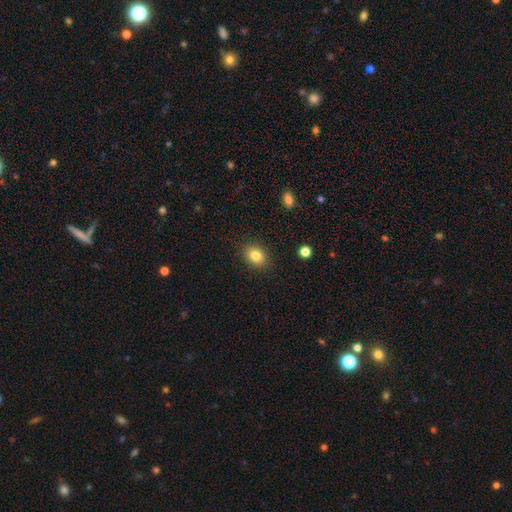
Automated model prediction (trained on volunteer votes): This is clearly a smooth galaxy (84%). How rounded: likely in between (64%). Merging: clearly none (88%).